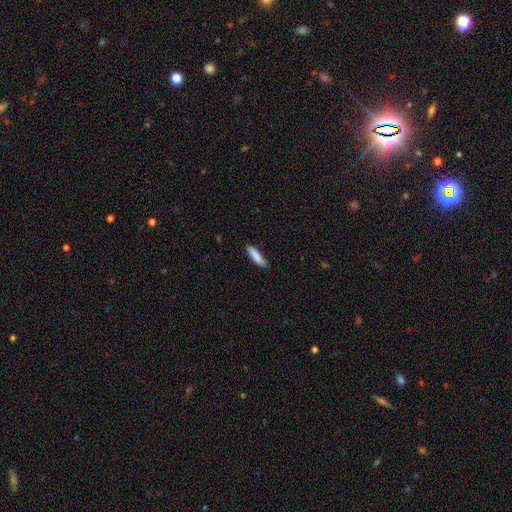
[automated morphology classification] Smooth or featured? Predicted: smooth (p=0.87). How rounded? Predicted: cigar-shaped (p=0.69). Merging? Predicted: none (p=0.82).